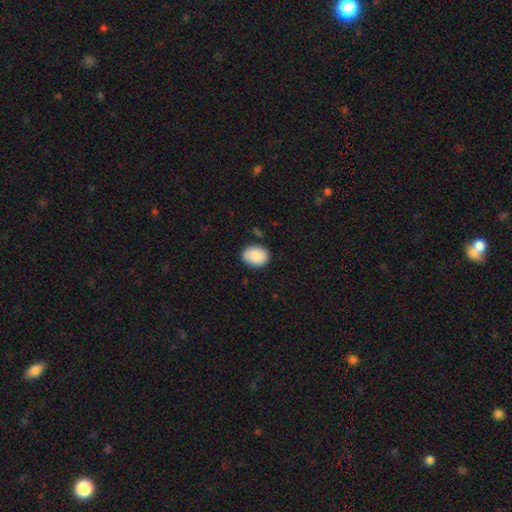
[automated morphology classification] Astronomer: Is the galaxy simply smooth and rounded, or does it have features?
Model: smooth — 85%.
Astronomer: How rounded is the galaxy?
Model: in between — 58% (runner-up: round, 41%).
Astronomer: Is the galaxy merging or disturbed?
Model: none — 83%.